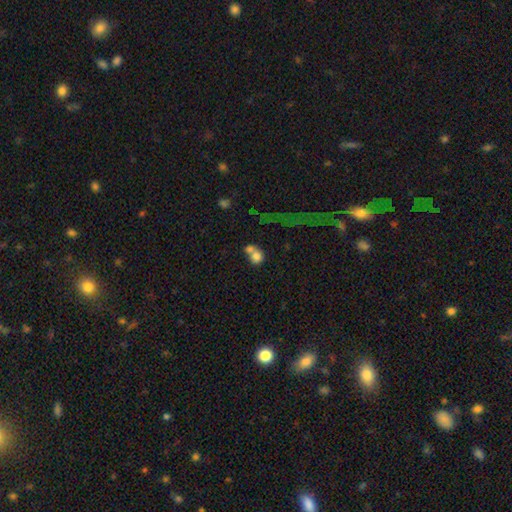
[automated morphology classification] type=smooth (75%); roundness=round (76%); merging=merger (57%).